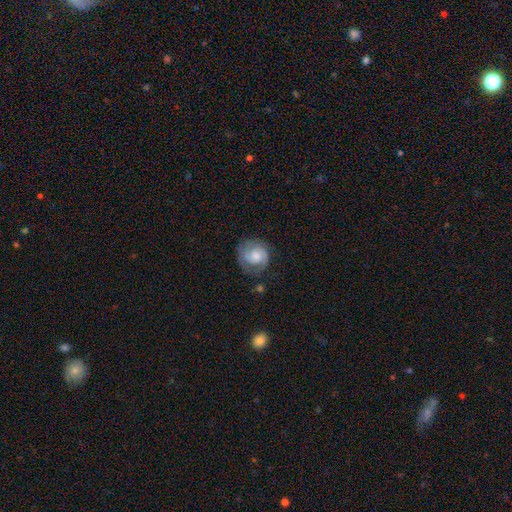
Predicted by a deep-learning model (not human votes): Smooth or featured: featured or disk — 56% (smooth — 37%)
Edge-on disk: no — 98% (yes — 2%)
Bar: no — 67% (weak — 28%)
Spiral arms: yes — 87% (no — 13%)
Bulge size: moderate — 39% (small — 33%)
Merging: none — 67% (minor disturbance — 21%)